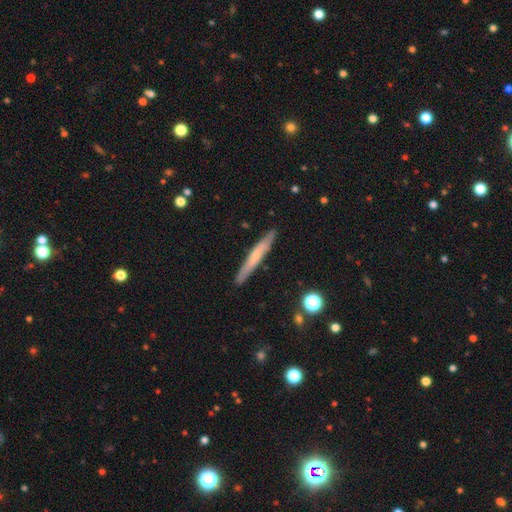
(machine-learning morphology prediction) Smooth or featured?
  - smooth: 52% *
  - featured or disk: 41%
  - star or artifact: 6%
How rounded?
  - cigar-shaped: 96% *
  - in between: 3%
  - round: 1%
Merging?
  - none: 89% *
  - minor disturbance: 8%
  - major disturbance: 1%
  - merger: 1%